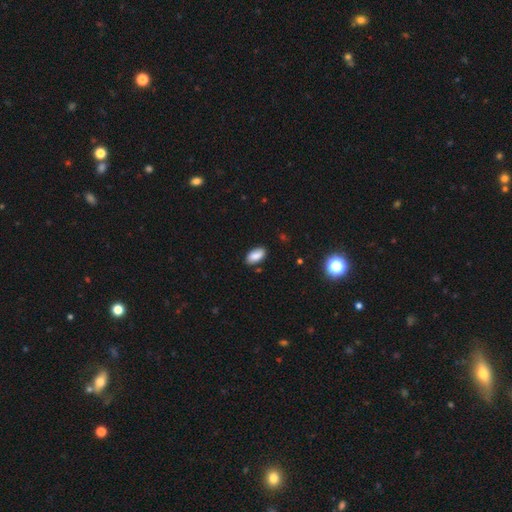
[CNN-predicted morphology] smooth_or_featured: smooth (p=0.85) [alt: star or artifact p=0.08]
how_rounded: in between (p=0.93) [alt: cigar-shaped p=0.04]
merging: none (p=0.82) [alt: minor disturbance p=0.14]